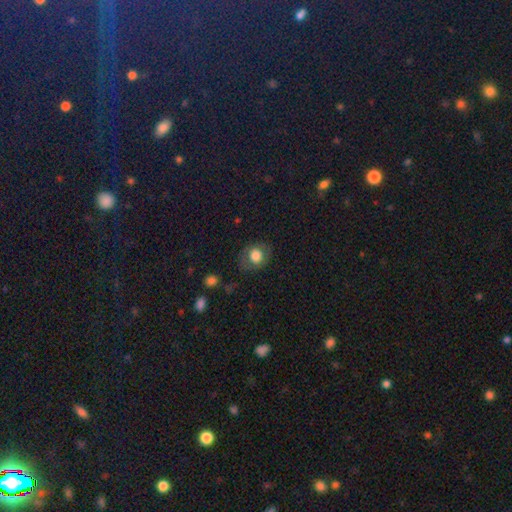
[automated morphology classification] Smooth or featured? smooth (75%)
How rounded? round (63%)
Merging? none (75%)